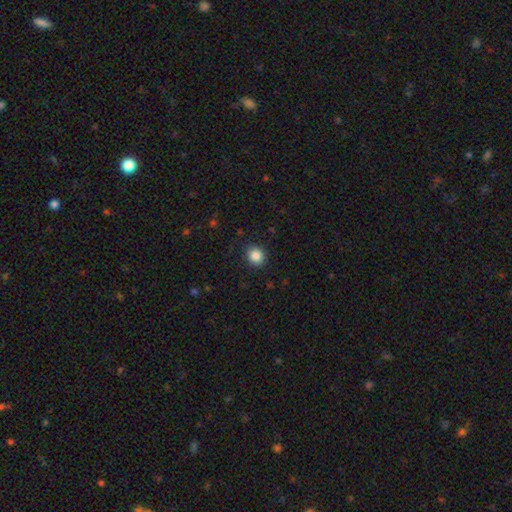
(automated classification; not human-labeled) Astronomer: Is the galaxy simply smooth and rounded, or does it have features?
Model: smooth — 86%.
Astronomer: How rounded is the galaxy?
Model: round — 81%.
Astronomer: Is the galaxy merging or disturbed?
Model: none — 89%.